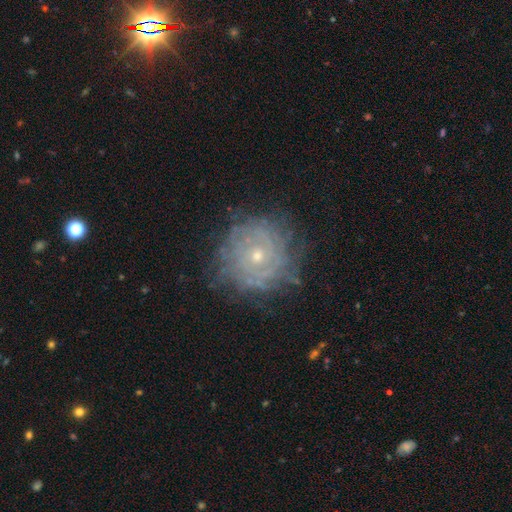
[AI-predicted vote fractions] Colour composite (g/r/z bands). It shows a featured or disk galaxy (66%) with no bar (85%), spiral arms (75%) and a small central bulge (67%). Merging: none (78%).